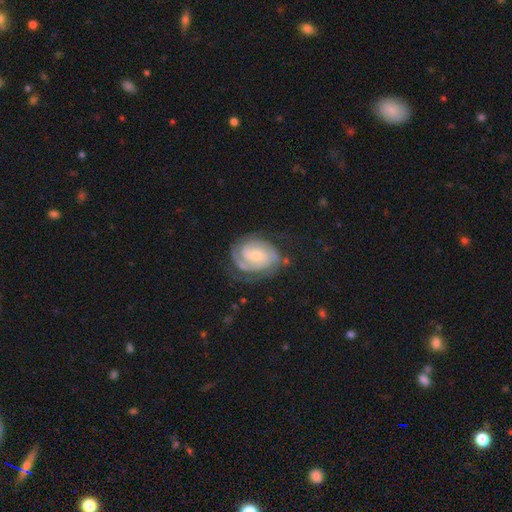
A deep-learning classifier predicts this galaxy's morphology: Smooth or featured: featured or disk — 83% (smooth — 12%)
Edge-on disk: no — 98% (yes — 2%)
Bar: no — 55% (weak — 37%)
Spiral arms: yes — 96% (no — 4%)
Spiral winding: tight — 66% (medium — 27%)
Spiral arm count: 2 — 47% (can't tell — 22%)
Bulge size: small — 57% (moderate — 37%)
Merging: none — 65% (minor disturbance — 21%)